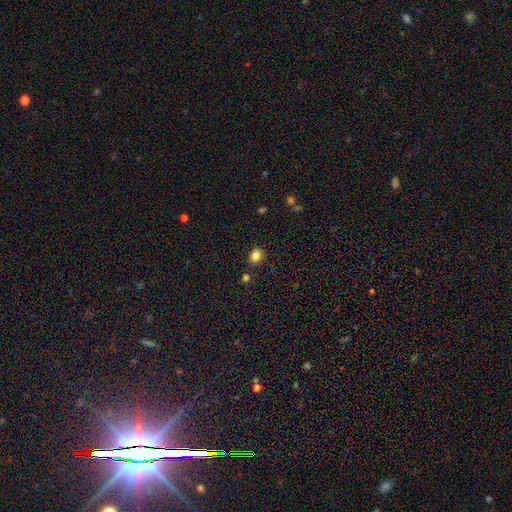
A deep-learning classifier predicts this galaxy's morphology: Smooth or featured? smooth (84%)
How rounded? in between (58%)
Merging? none (83%)